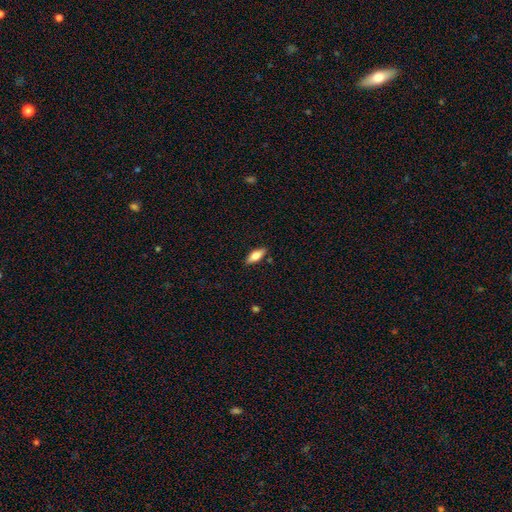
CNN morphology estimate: smooth-or-featured: smooth: 72% | featured or disk: 21% | star or artifact: 6%
  how-rounded: in between: 73% | cigar-shaped: 24% | round: 2%
  merging: none: 87% | minor disturbance: 9% | major disturbance: 2% | merger: 2%